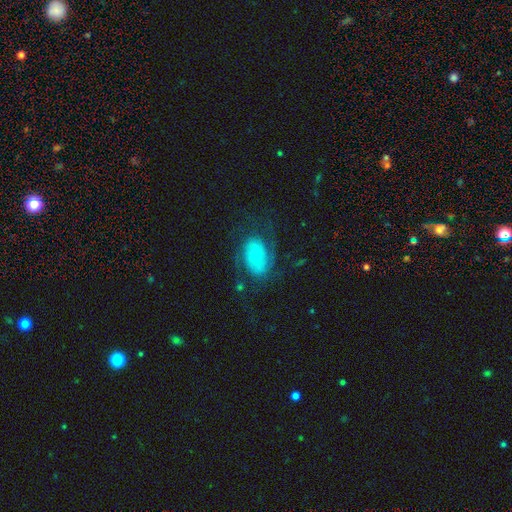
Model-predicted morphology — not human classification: smooth_or_featured: featured or disk (p=0.62) [alt: smooth p=0.30]
disk_edge_on: no (p=0.96) [alt: yes p=0.04]
bar: no (p=0.74) [alt: weak p=0.20]
has_spiral_arms: yes (p=0.78) [alt: no p=0.22]
bulge_size: small (p=0.67) [alt: moderate p=0.26]
merging: none (p=0.58) [alt: major disturbance p=0.20]